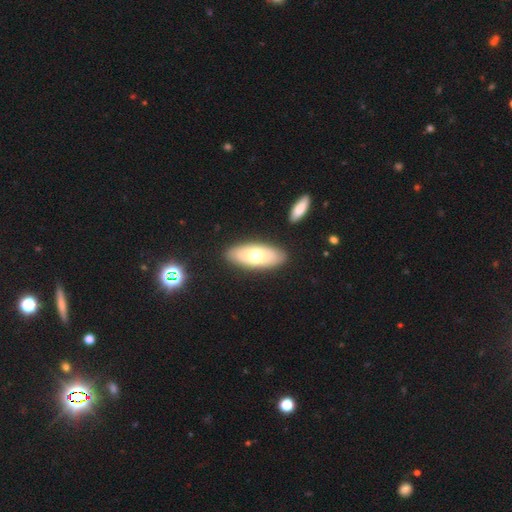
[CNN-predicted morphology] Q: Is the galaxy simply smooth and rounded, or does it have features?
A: smooth — 65%.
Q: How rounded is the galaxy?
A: in between — 77%.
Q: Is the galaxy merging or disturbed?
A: none — 87%.